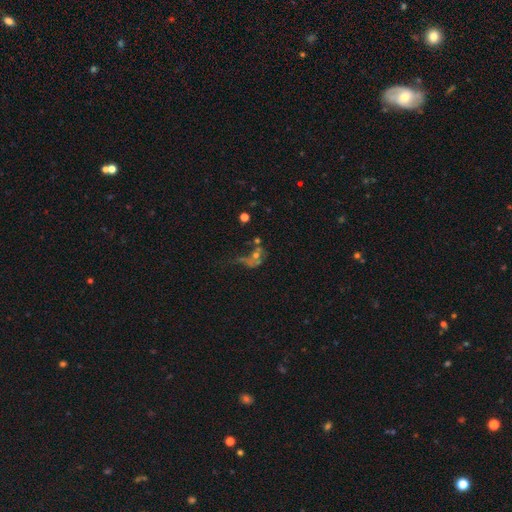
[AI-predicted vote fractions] smooth-or-featured: featured or disk: 37% | smooth: 32% | star or artifact: 31%
  merging: major disturbance: 38% | merger: 26% | none: 24% | minor disturbance: 12%